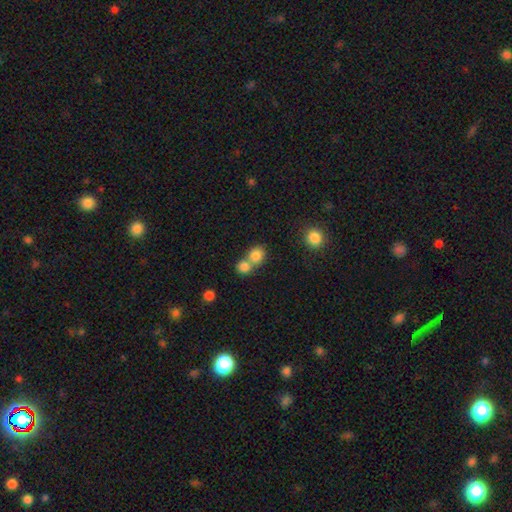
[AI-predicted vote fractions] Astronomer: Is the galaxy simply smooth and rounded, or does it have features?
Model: smooth — 81%.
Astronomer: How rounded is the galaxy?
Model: round — 78%.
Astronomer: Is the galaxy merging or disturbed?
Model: merger — 54% (runner-up: none, 37%).